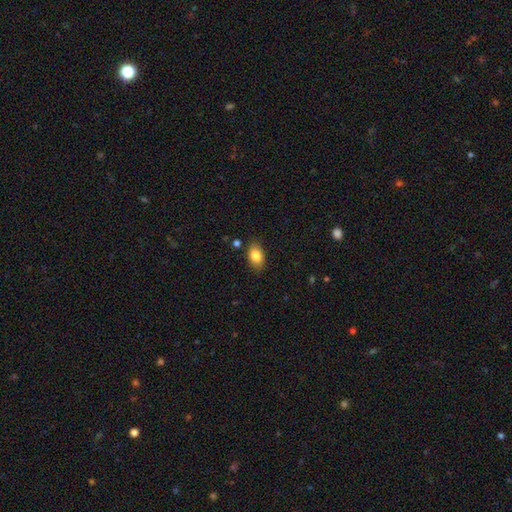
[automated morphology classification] Q: Smooth or featured?
A: smooth (83%); runner-up: featured or disk (9%)
Q: How rounded?
A: in between (87%); runner-up: round (11%)
Q: Merging?
A: none (85%); runner-up: minor disturbance (11%)